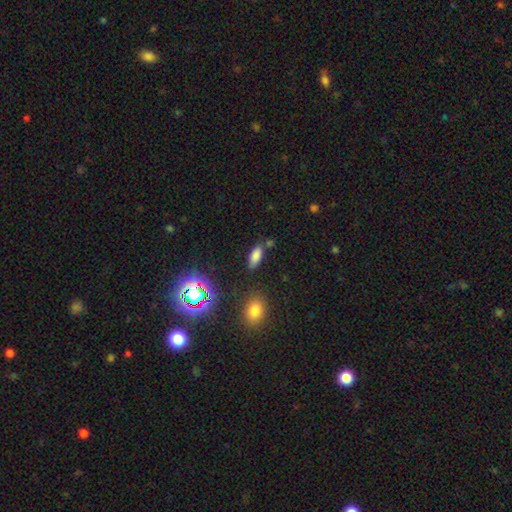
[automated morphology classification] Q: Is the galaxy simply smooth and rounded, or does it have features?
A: smooth — 77%.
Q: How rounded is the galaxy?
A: in between — 81%.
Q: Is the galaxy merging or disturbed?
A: none — 76%.